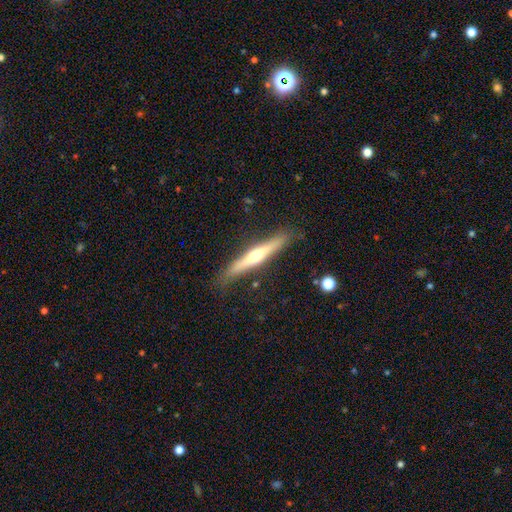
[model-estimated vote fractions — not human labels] Smooth or featured? featured or disk (63%)
Edge-on disk? yes (96%)
Edge-on bulge? rounded (85%)
Merging? none (86%)